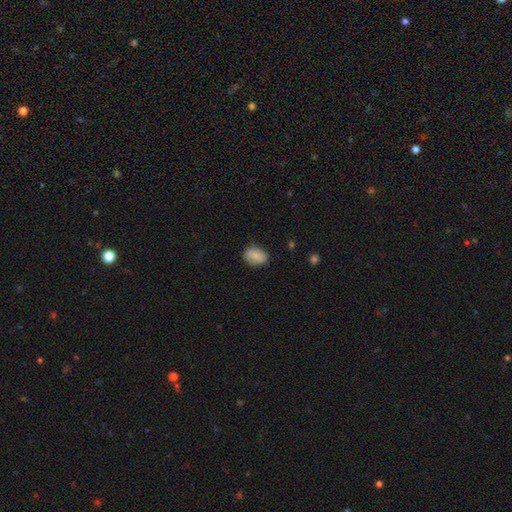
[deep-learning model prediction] Smooth or featured?
  - smooth: 83% *
  - featured or disk: 10%
  - star or artifact: 7%
How rounded?
  - in between: 78% *
  - round: 20%
  - cigar-shaped: 1%
Merging?
  - none: 80% *
  - minor disturbance: 16%
  - major disturbance: 3%
  - merger: 1%